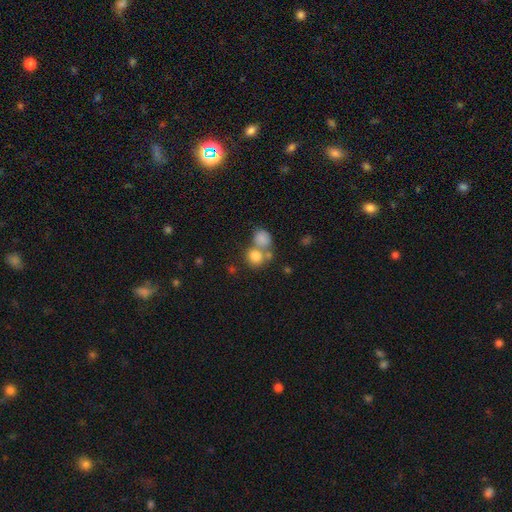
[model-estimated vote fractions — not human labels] Morphology: type=smooth (79%); roundness=round (77%); merging=merger (46%).